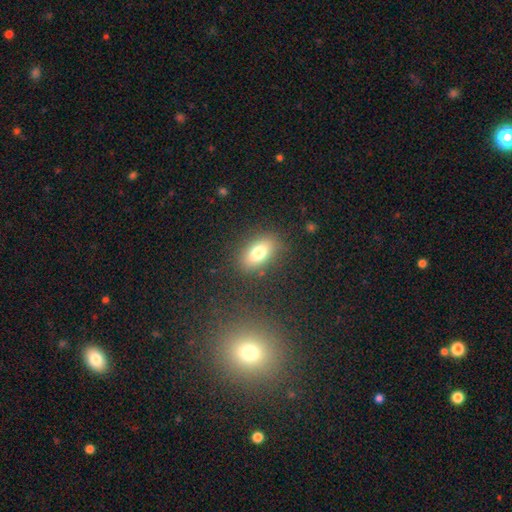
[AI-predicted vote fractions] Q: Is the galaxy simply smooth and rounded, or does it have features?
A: smooth — 78%.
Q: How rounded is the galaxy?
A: in between — 87%.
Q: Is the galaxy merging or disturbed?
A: none — 83%.